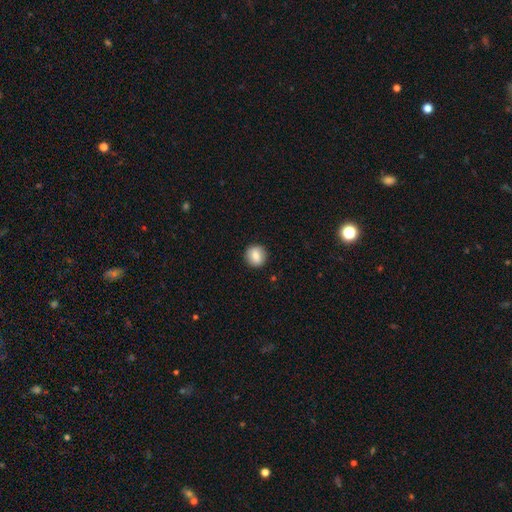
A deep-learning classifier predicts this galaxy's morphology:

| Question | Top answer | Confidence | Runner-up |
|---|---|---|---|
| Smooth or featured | smooth | 80% | featured or disk (11%) |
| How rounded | round | 91% | in between (8%) |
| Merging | none | 91% | minor disturbance (6%) |